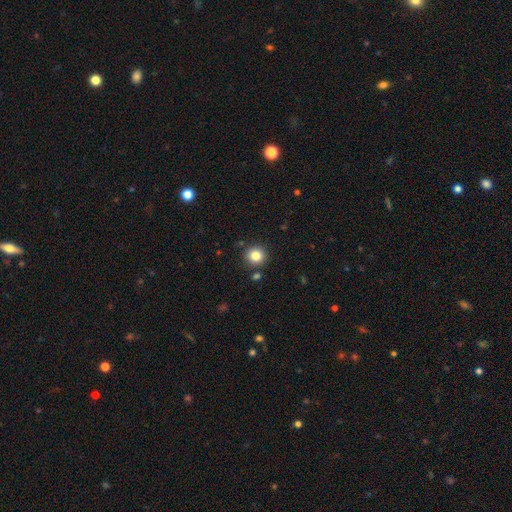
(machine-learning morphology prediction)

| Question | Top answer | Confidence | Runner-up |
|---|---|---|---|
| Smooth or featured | smooth | 83% | star or artifact (11%) |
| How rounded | round | 92% | in between (7%) |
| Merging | none | 87% | minor disturbance (7%) |